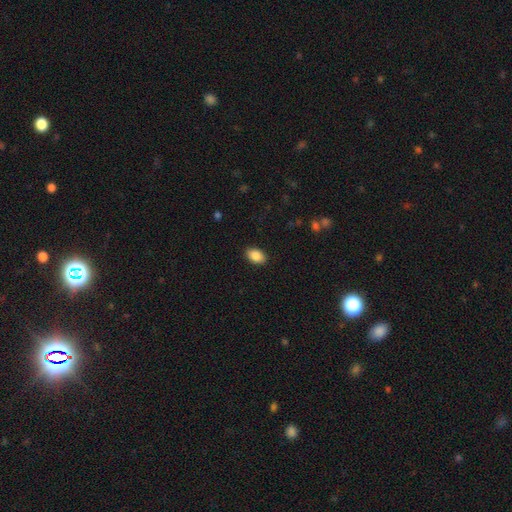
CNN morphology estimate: Overall: smooth (89%). How rounded: in between (89%). Merging: none (89%).